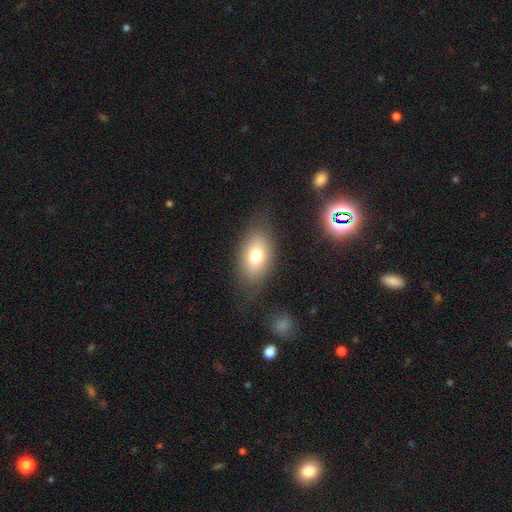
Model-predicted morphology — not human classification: Smooth or featured? smooth (74%)
How rounded? in between (86%)
Merging? none (77%)